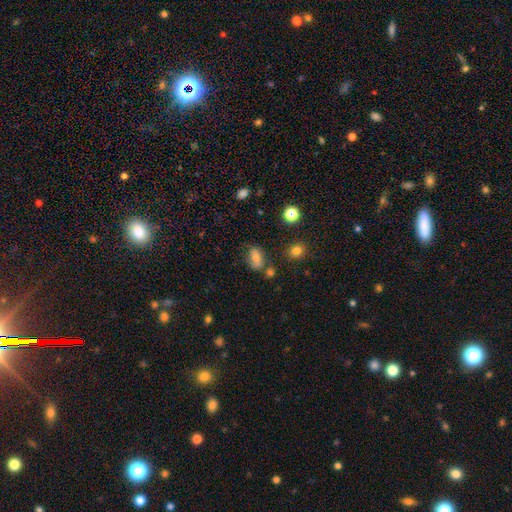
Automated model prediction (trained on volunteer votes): This appears to be a smooth galaxy with no disk features (71%) that is in between round and cigar-shaped (83%). Merging: none (65%).